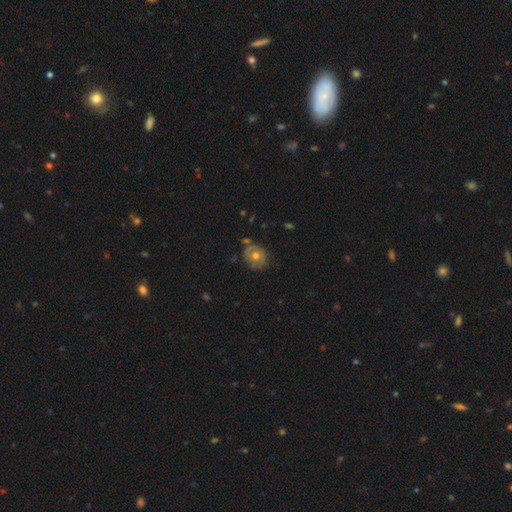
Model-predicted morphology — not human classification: smooth-or-featured: featured or disk: 53% | smooth: 39% | star or artifact: 8%
  disk-edge-on: no: 96% | yes: 4%
    bar: no: 85% | weak: 12% | strong: 3%
    has-spiral-arms: no: 59% | yes: 41%
    bulge-size: moderate: 77% | small: 15% | large: 6% | none: 1% | dominant: 1%
  merging: none: 70% | minor disturbance: 20% | major disturbance: 6% | merger: 5%